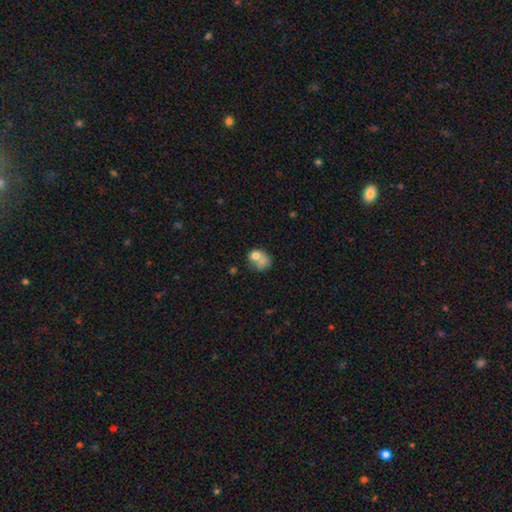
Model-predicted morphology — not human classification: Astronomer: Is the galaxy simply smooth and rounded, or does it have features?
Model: smooth — 69%.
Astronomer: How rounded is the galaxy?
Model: in between — 50% (runner-up: round, 49%).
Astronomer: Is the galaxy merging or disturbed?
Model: merger — 56%.